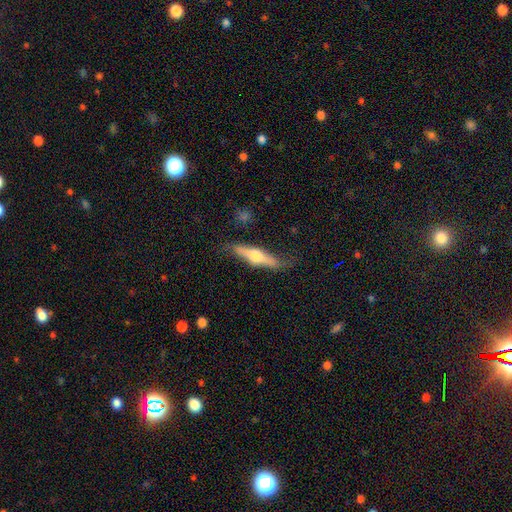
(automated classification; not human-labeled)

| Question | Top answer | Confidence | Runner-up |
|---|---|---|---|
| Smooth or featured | featured or disk | 56% | smooth (38%) |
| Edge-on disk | yes | 92% | no (8%) |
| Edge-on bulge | rounded | 92% | boxy (5%) |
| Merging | none | 75% | minor disturbance (18%) |